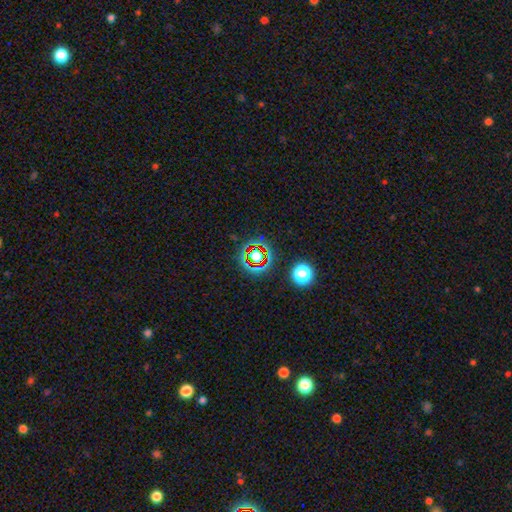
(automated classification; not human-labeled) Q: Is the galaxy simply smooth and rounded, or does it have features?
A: star or artifact — 68%.